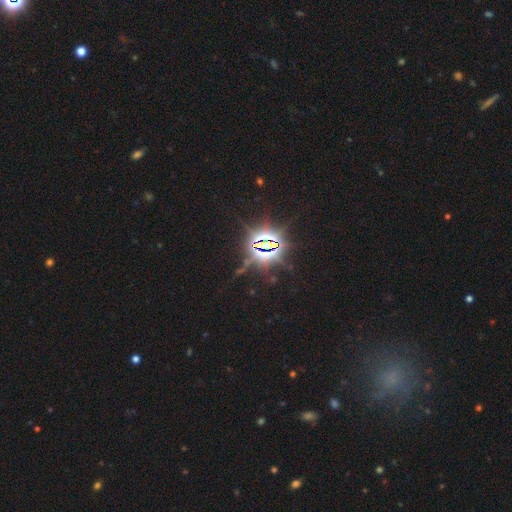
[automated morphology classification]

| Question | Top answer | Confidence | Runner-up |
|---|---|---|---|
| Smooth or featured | star or artifact | 85% | smooth (9%) |